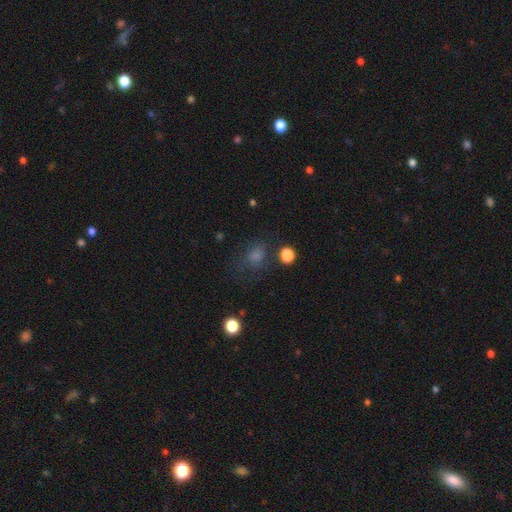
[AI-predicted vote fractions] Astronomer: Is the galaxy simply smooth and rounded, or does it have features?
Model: smooth — 59%.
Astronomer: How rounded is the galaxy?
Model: round — 57% (runner-up: in between, 41%).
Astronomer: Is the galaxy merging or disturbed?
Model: none — 62%.